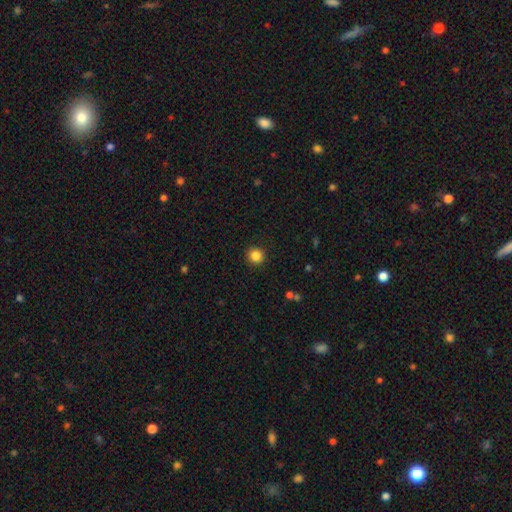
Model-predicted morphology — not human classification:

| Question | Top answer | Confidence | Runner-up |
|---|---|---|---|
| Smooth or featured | smooth | 85% | star or artifact (11%) |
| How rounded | round | 93% | in between (6%) |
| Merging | none | 92% | minor disturbance (5%) |